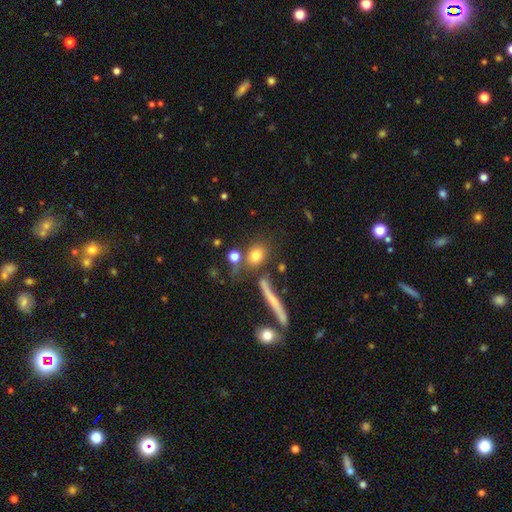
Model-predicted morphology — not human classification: A smooth galaxy with no disk features (75%) that is round (60%).

Vote fractions:
- Smooth or featured? smooth: 75% / featured or disk: 13% / star or artifact: 11%
- How rounded? round: 60% / in between: 34% / cigar-shaped: 6%
- Merging? none: 67% / merger: 16% / minor disturbance: 11% / major disturbance: 6%